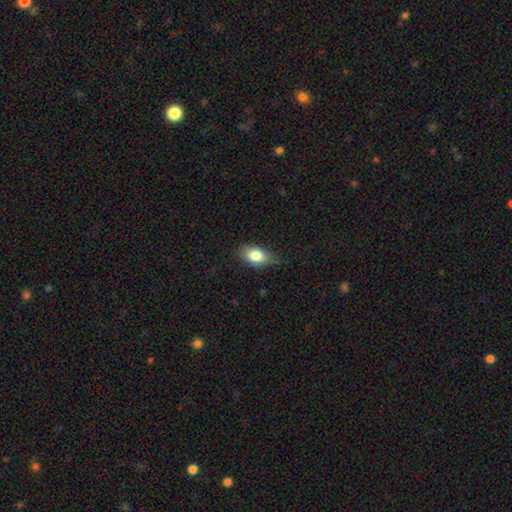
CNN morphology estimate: type=smooth (80%); roundness=in between (82%); merging=none (70%).